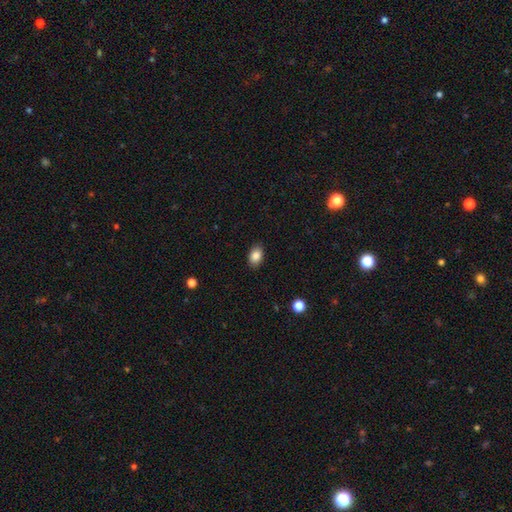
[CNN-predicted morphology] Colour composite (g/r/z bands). It shows a smooth galaxy with no disk features (86%) that is in between round and cigar-shaped (83%). Merging: none (89%).